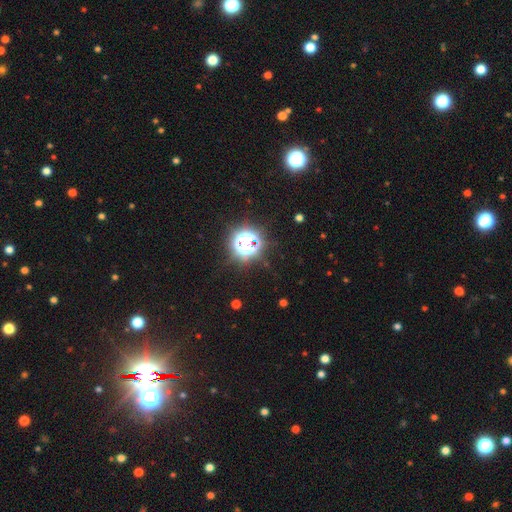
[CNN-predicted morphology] This is clearly a star or artifact rather than a galaxy (82%).